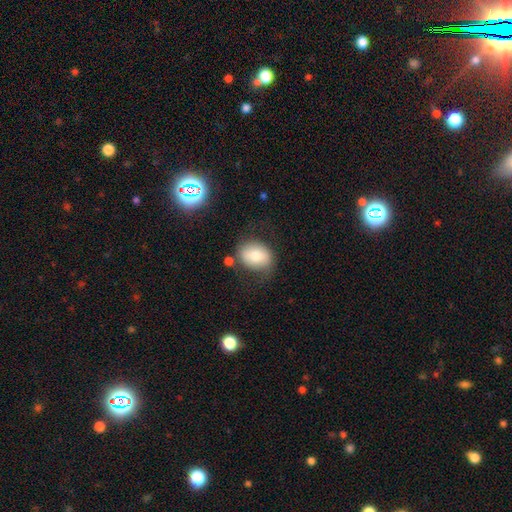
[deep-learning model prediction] smooth 73%, featured or disk 19%, star or artifact 8%. Down the decision tree: how rounded — in between (61%); merging — none (68%).